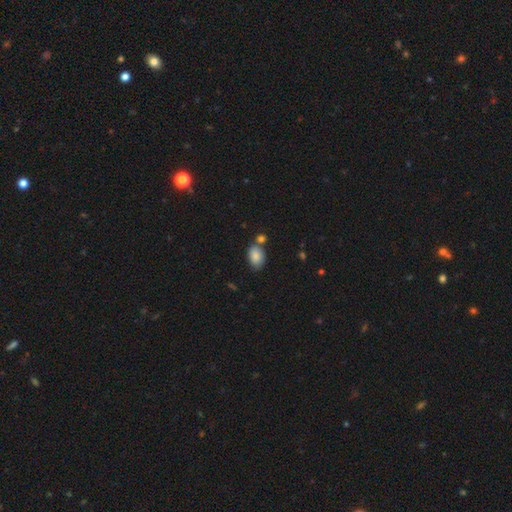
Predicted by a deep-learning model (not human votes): A smooth galaxy with no disk features (85%) that is in between round and cigar-shaped (84%).

Vote fractions:
- Smooth or featured? smooth: 85% / star or artifact: 8% / featured or disk: 8%
- How rounded? in between: 84% / round: 14% / cigar-shaped: 1%
- Merging? none: 60% / merger: 19% / minor disturbance: 17% / major disturbance: 4%